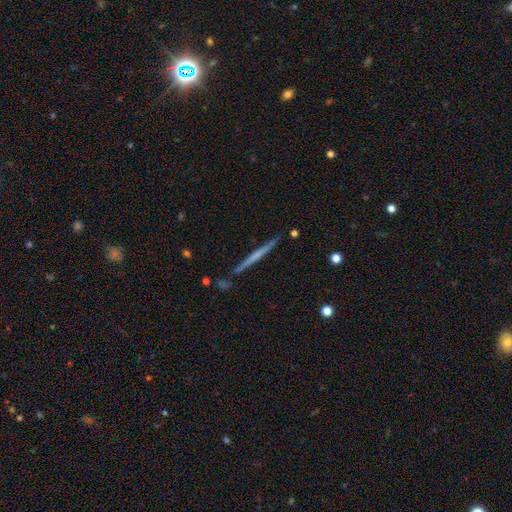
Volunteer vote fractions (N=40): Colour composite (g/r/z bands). It shows a featured or disk galaxy (60%) viewed edge-on (100%) with no central bulge (67%). Merging: none (87%).